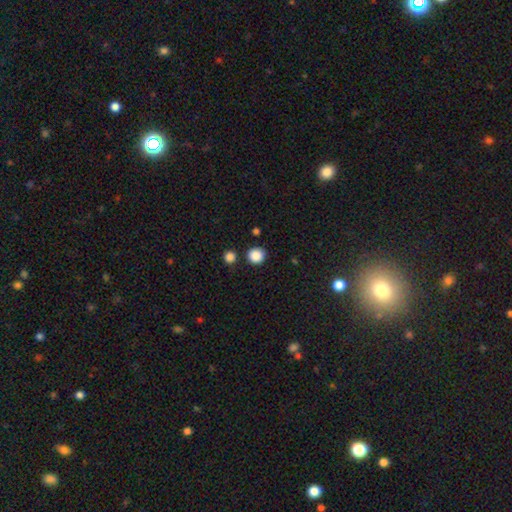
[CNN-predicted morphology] smooth 86%, star or artifact 10%, featured or disk 3%. Down the decision tree: how rounded — round (92%); merging — none (86%).